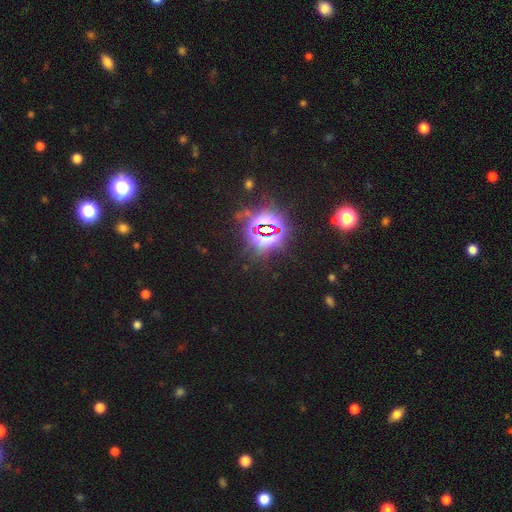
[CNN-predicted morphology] Q: Smooth or featured?
A: star or artifact (81%); runner-up: smooth (12%)